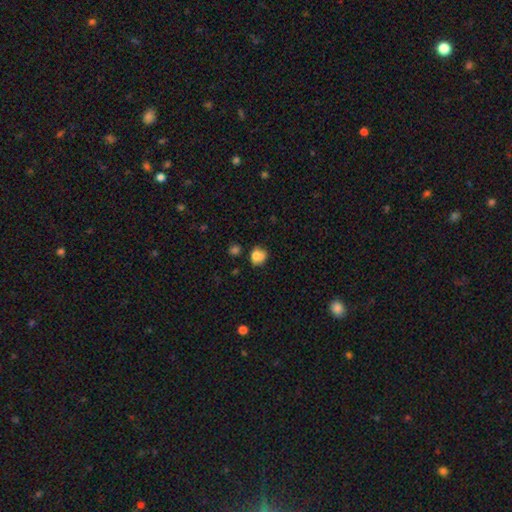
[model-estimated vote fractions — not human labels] Smooth or featured? Predicted: smooth (p=0.79). How rounded? Predicted: round (p=0.71). Merging? Predicted: none (p=0.59).